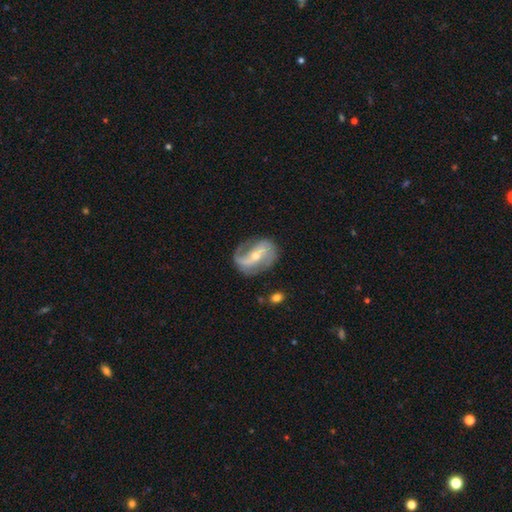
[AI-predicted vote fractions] Smooth or featured: featured or disk — 86% (smooth — 9%)
Edge-on disk: no — 96% (yes — 4%)
Bar: strong — 43% (weak — 33%)
Spiral arms: yes — 94% (no — 6%)
Spiral winding: medium — 43% (loose — 35%)
Spiral arm count: 2 — 79% (1 — 9%)
Bulge size: small — 52% (moderate — 45%)
Merging: none — 69% (minor disturbance — 19%)